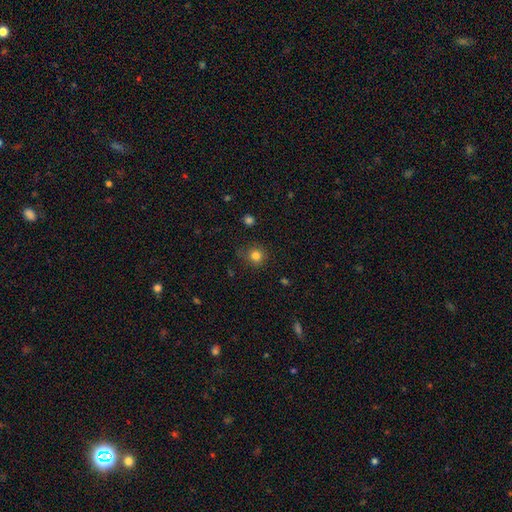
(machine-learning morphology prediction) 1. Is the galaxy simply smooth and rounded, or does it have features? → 82% smooth, 13% star or artifact, 5% featured or disk.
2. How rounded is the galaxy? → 89% round, 10% in between, 1% cigar-shaped.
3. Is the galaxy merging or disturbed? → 80% none, 14% minor disturbance, 4% major disturbance, 2% merger.